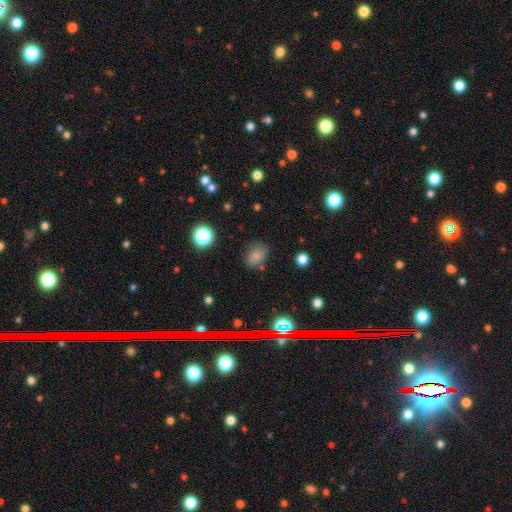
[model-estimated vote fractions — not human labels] smooth_or_featured: smooth (p=0.67) [alt: star or artifact p=0.23]
how_rounded: in between (p=0.66) [alt: round p=0.32]
merging: none (p=0.78) [alt: minor disturbance p=0.15]